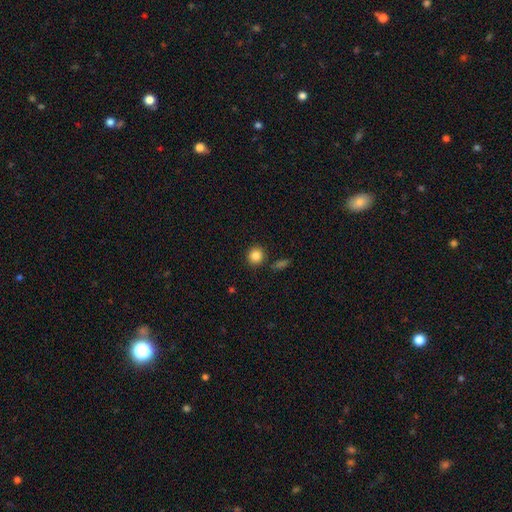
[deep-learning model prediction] This appears to be a smooth galaxy with no disk features (85%) that is round (89%). Merging: none (86%).